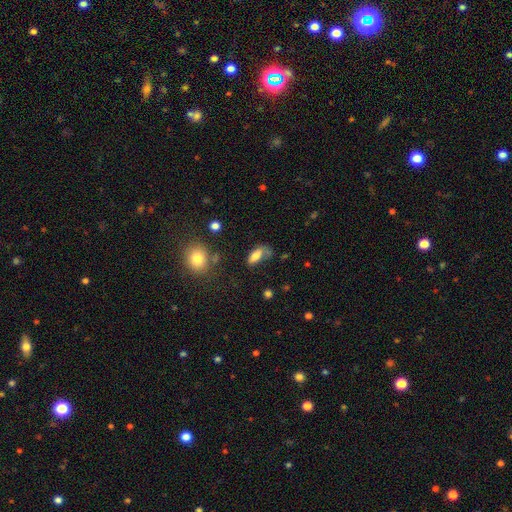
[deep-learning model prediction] Morphology: type=smooth (78%); roundness=in between (84%); merging=none (40%).